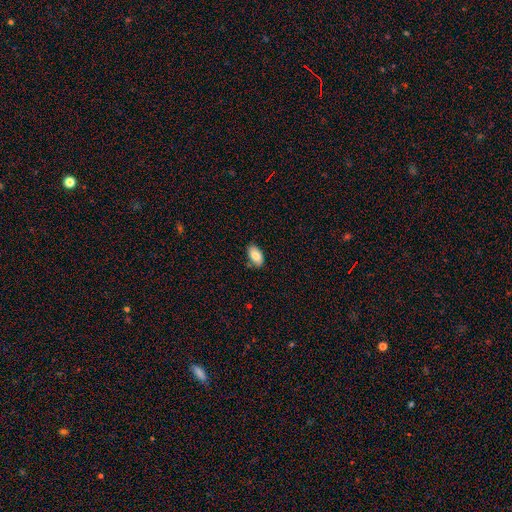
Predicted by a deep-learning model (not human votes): Smooth or featured?
  - smooth: 83% *
  - featured or disk: 10%
  - star or artifact: 7%
How rounded?
  - in between: 94% *
  - round: 4%
  - cigar-shaped: 2%
Merging?
  - none: 77% *
  - minor disturbance: 17%
  - major disturbance: 3%
  - merger: 3%